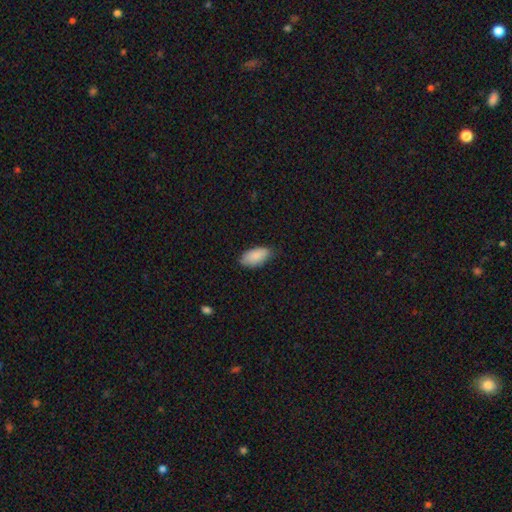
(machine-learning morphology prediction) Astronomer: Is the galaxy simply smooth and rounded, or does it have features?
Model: smooth — 87%.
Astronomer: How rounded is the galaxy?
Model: in between — 94%.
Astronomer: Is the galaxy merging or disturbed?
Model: none — 77%.